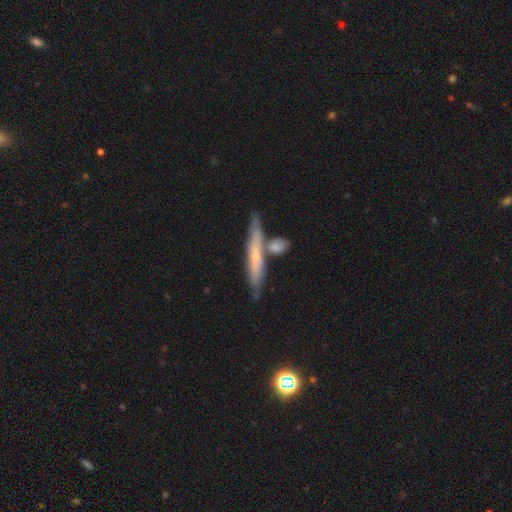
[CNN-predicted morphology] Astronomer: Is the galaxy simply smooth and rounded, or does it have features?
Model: featured or disk — 48% (runner-up: smooth, 45%).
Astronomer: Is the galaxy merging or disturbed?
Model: none — 64%.